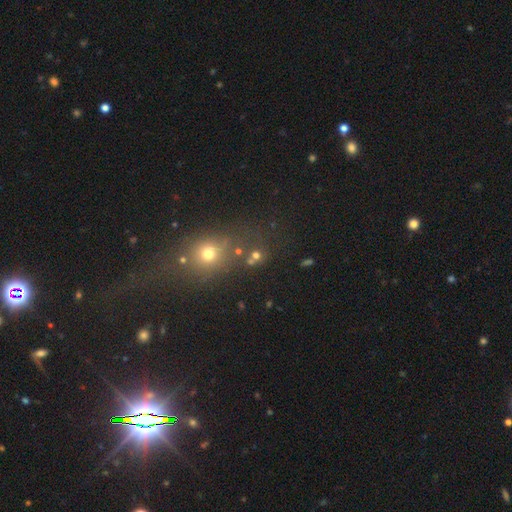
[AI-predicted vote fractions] Q: Smooth or featured?
A: smooth (63%); runner-up: star or artifact (27%)
Q: How rounded?
A: round (81%); runner-up: in between (17%)
Q: Merging?
A: none (62%); runner-up: merger (22%)